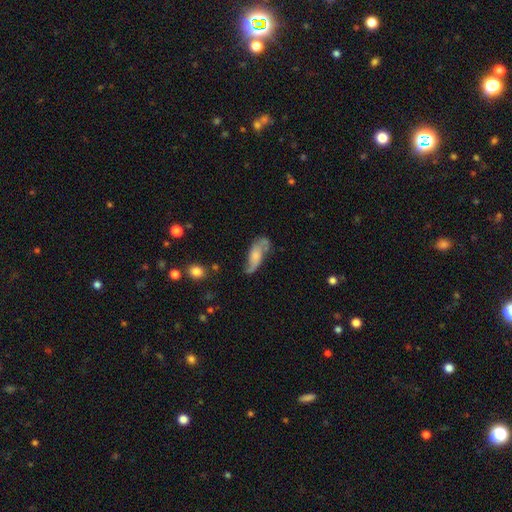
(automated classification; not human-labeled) A featured or disk galaxy (55%).

Vote fractions:
- Smooth or featured? featured or disk: 55% / smooth: 38% / star or artifact: 8%
- Edge-on disk? no: 88% / yes: 12%
- Merging? none: 47% / minor disturbance: 29% / major disturbance: 18% / merger: 7%